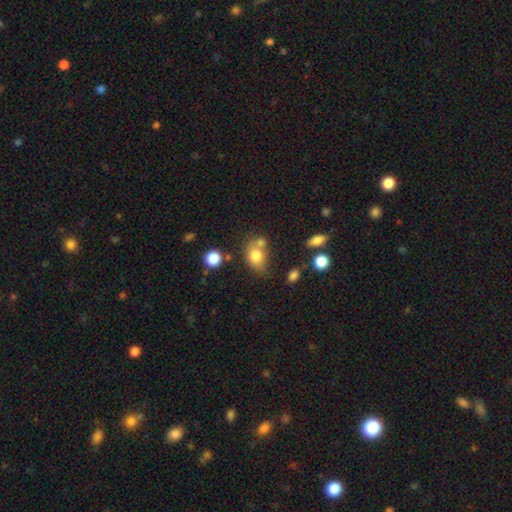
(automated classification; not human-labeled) Smooth or featured: smooth — 77% (featured or disk — 12%)
How rounded: in between — 70% (round — 28%)
Merging: none — 50% (merger — 25%)